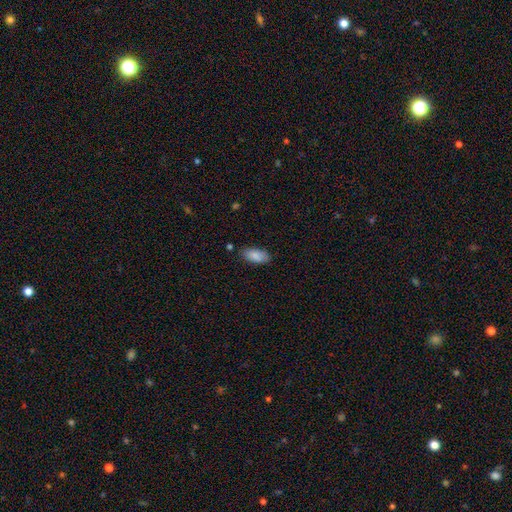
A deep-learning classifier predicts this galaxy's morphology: Smooth or featured? smooth (87%)
How rounded? in between (88%)
Merging? none (82%)